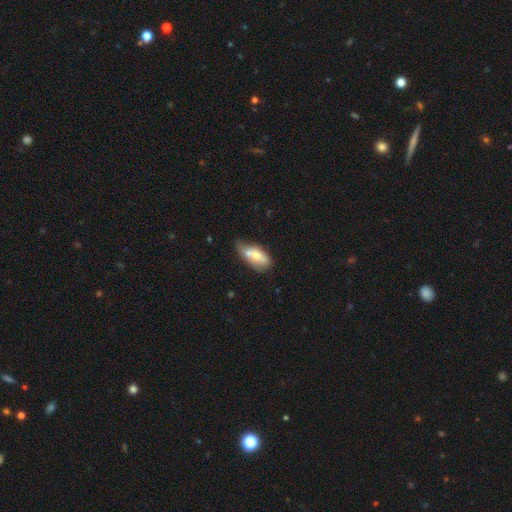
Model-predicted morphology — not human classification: A smooth galaxy with no disk features (62%) that is in between round and cigar-shaped (83%).

Vote fractions:
- Smooth or featured? smooth: 62% / featured or disk: 30% / star or artifact: 7%
- How rounded? in between: 83% / cigar-shaped: 13% / round: 4%
- Merging? merger: 40% / none: 32% / minor disturbance: 20% / major disturbance: 8%